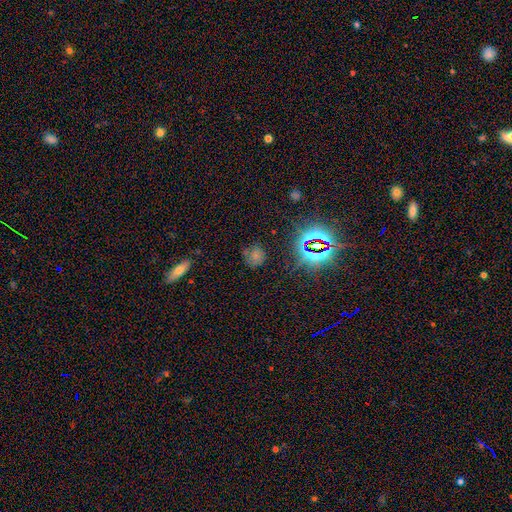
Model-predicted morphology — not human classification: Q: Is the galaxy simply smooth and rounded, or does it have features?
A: smooth — 55%.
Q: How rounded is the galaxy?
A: round — 80%.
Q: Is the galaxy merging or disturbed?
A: none — 71%.